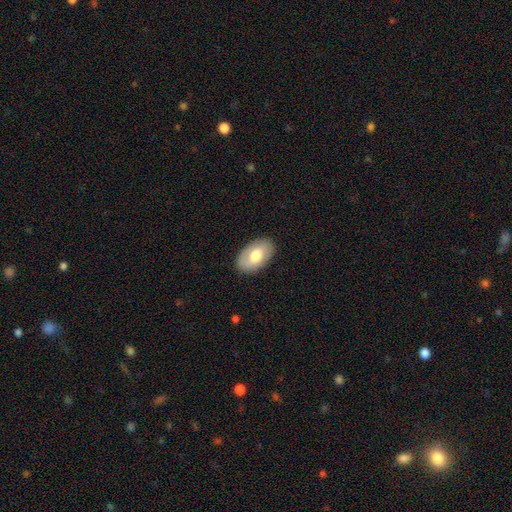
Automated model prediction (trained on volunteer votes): Smooth or featured: smooth — 62% (featured or disk — 32%)
How rounded: in between — 93% (round — 6%)
Merging: none — 86% (minor disturbance — 10%)